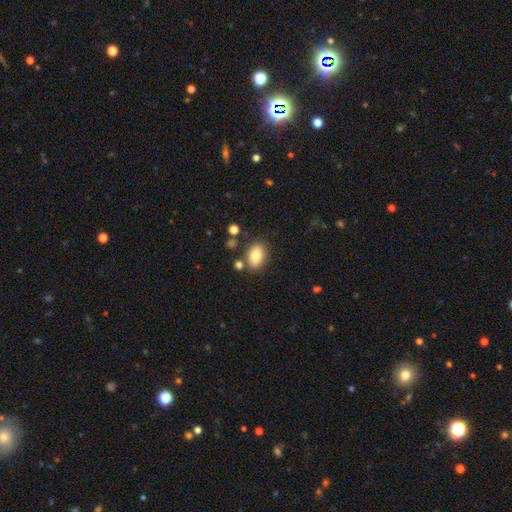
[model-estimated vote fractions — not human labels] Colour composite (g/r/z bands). It shows a smooth galaxy with no disk features (83%) that is in between round and cigar-shaped (87%). Merging: none (77%).